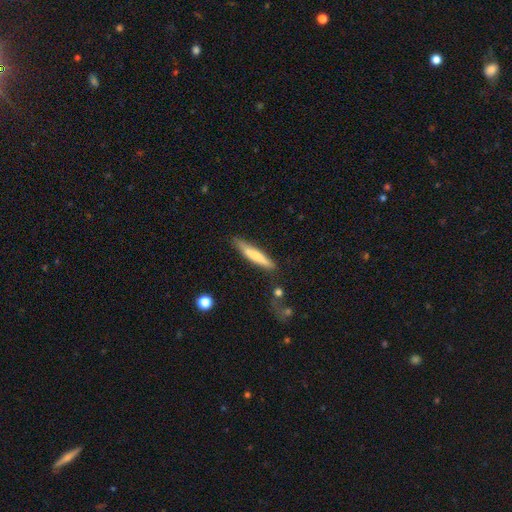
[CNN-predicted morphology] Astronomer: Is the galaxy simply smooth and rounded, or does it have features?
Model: smooth — 68%.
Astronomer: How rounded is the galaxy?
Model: cigar-shaped — 90%.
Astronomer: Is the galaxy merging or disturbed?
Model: none — 76%.